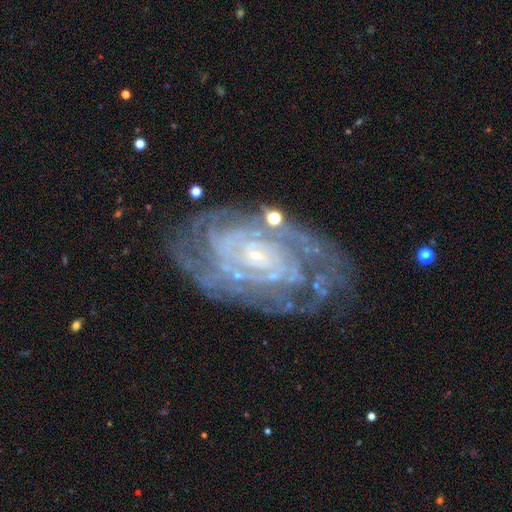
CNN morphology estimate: type=featured or disk (88%); edge-on=no (96%); bar=no (69%); spiral arms=yes (95%); winding=tight (78%); arm count=can't tell (36%); bulge=small (85%); merging=none (71%).